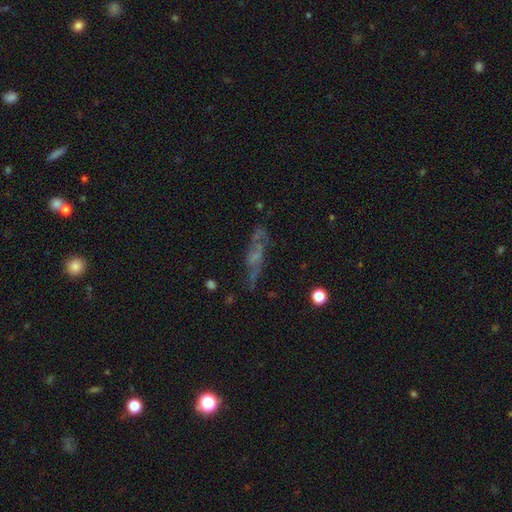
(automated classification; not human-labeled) smooth-or-featured: featured or disk: 58% | smooth: 26% | star or artifact: 16%
  disk-edge-on: no: 70% | yes: 30%
  merging: none: 57% | minor disturbance: 21% | major disturbance: 17% | merger: 5%